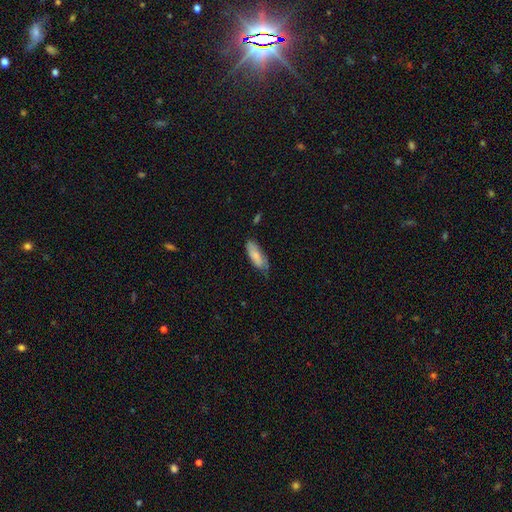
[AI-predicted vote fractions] Overall: smooth (78%). How rounded: in between (70%). Merging: none (53%; minor disturbance 35%).